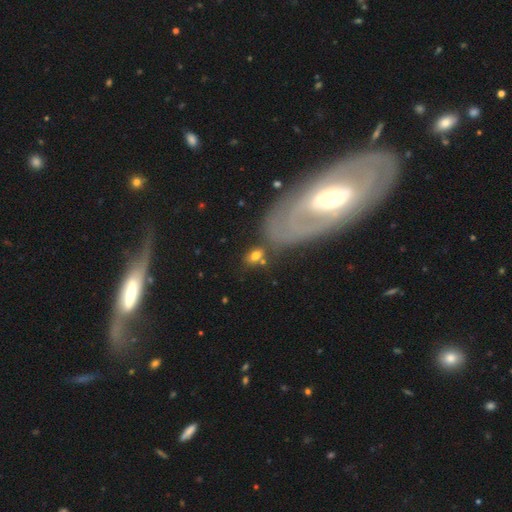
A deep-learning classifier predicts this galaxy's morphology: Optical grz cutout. It shows a smooth galaxy with no disk features (71%) that is in between round and cigar-shaped (82%). Merging: none (63%).